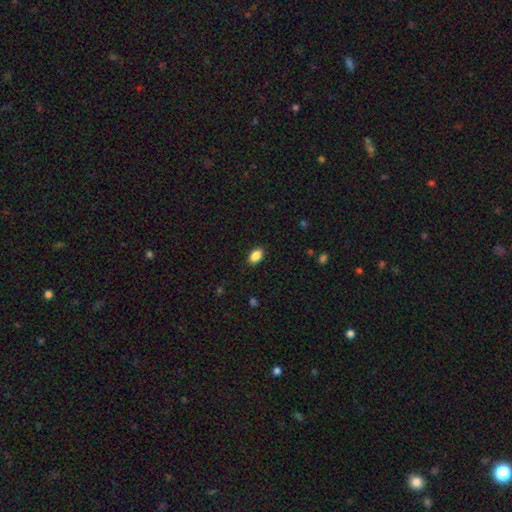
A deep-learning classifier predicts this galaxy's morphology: Q: Smooth or featured?
A: smooth (88%); runner-up: star or artifact (8%)
Q: How rounded?
A: in between (91%); runner-up: round (7%)
Q: Merging?
A: none (89%); runner-up: minor disturbance (8%)